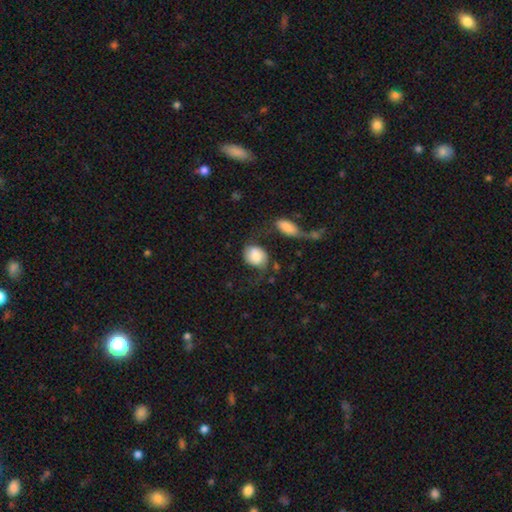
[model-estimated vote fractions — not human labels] Overall: smooth (62%; featured or disk 31%). How rounded: round (53%; in between 46%). Merging: none (42%; minor disturbance 23%).